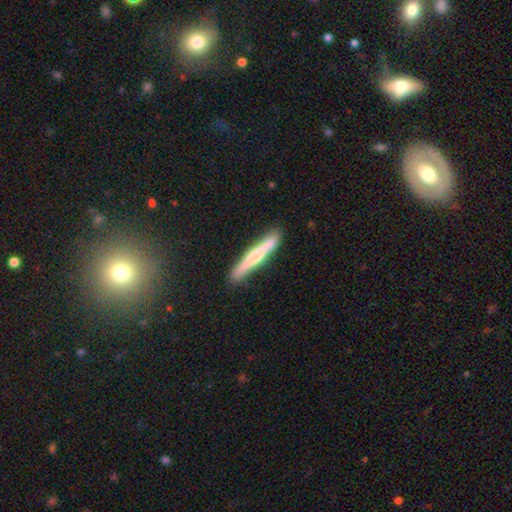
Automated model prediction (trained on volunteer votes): smooth_or_featured: featured or disk (p=0.49) [alt: smooth p=0.45]
merging: none (p=0.86) [alt: minor disturbance p=0.10]